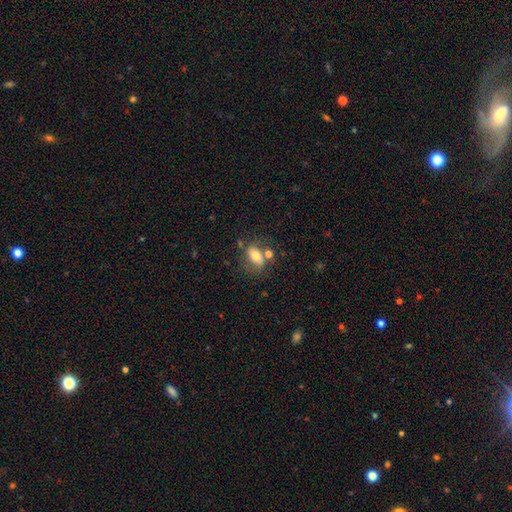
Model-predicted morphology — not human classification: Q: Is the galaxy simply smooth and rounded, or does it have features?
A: smooth — 62%.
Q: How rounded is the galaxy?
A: in between — 79%.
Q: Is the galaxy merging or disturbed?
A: none — 55%.